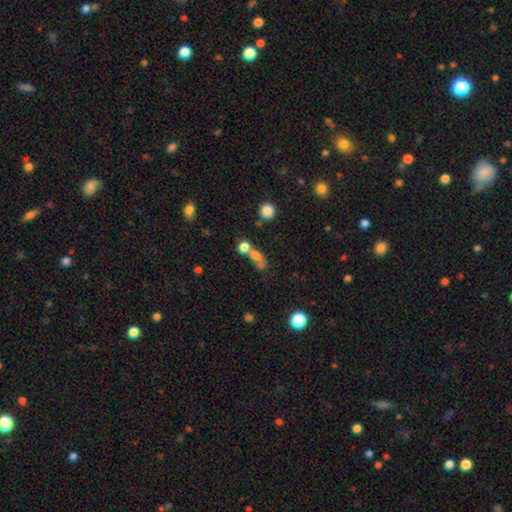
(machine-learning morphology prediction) This is likely a smooth galaxy (68%). How rounded: possibly round (47%). Merging: possibly merger (51%).